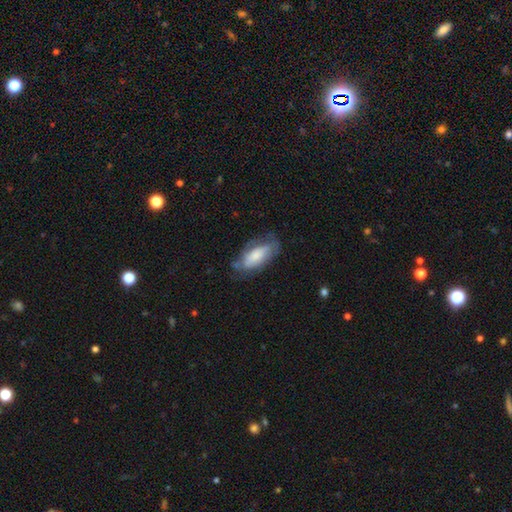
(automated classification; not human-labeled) A smooth galaxy with no disk features (62%) that is in between round and cigar-shaped (83%). Merging: none (55%).